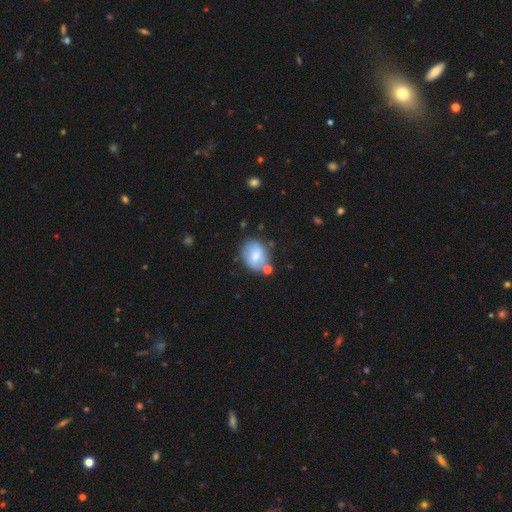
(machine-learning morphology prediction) Smooth or featured? smooth (69%)
How rounded? in between (58%)
Merging? none (69%)